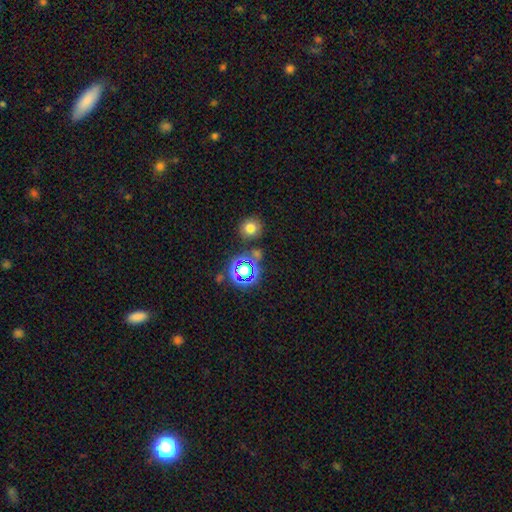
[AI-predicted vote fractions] Morphology: type=star or artifact (54%).